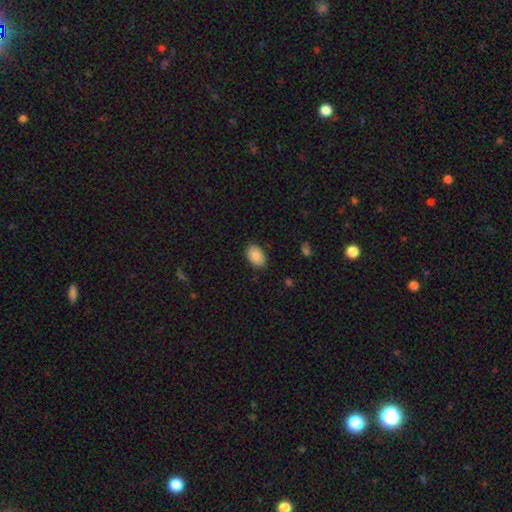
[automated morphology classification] smooth-or-featured: smooth: 90% | star or artifact: 7% | featured or disk: 3%
  how-rounded: in between: 88% | round: 11% | cigar-shaped: 1%
  merging: none: 86% | minor disturbance: 11% | major disturbance: 2% | merger: 1%